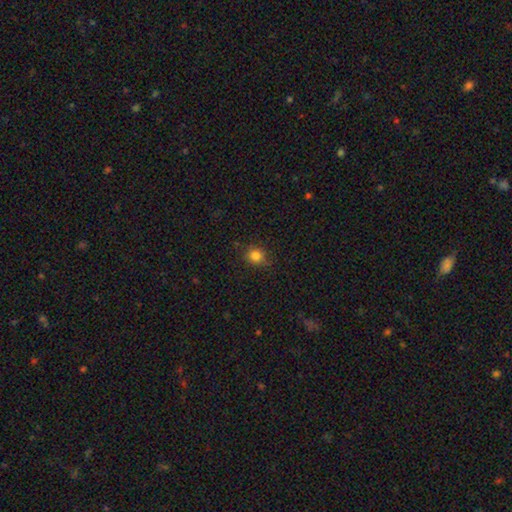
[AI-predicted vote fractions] A smooth galaxy with no disk features (83%) that is round (83%).

Vote fractions:
- Smooth or featured? smooth: 83% / star or artifact: 12% / featured or disk: 5%
- How rounded? round: 83% / in between: 16% / cigar-shaped: 1%
- Merging? none: 82% / minor disturbance: 13% / major disturbance: 3% / merger: 1%